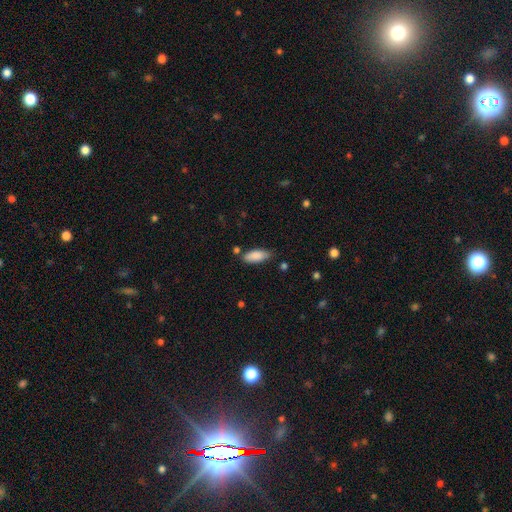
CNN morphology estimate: smooth-or-featured: smooth: 87% | featured or disk: 6% | star or artifact: 6%
  how-rounded: in between: 79% | cigar-shaped: 19% | round: 2%
  merging: none: 73% | minor disturbance: 19% | merger: 4% | major disturbance: 4%